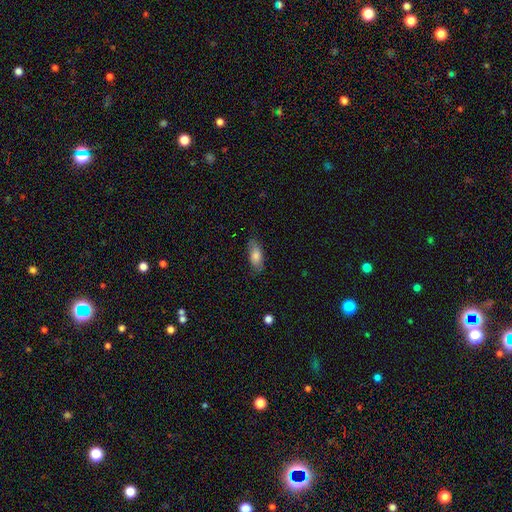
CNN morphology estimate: type=smooth (80%); roundness=in between (82%); merging=none (78%).